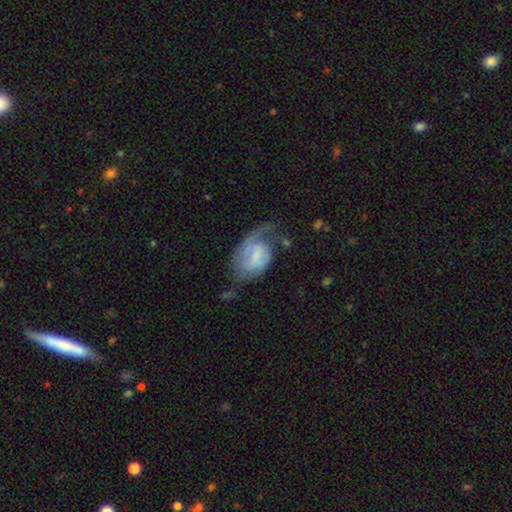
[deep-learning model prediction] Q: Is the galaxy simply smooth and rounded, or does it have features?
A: featured or disk — 60%.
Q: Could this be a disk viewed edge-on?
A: no — 97%.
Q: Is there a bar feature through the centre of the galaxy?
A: weak — 46%.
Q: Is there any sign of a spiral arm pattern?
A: yes — 80%.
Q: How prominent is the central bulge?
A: none — 41%.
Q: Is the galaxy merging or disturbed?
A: major disturbance — 37%.